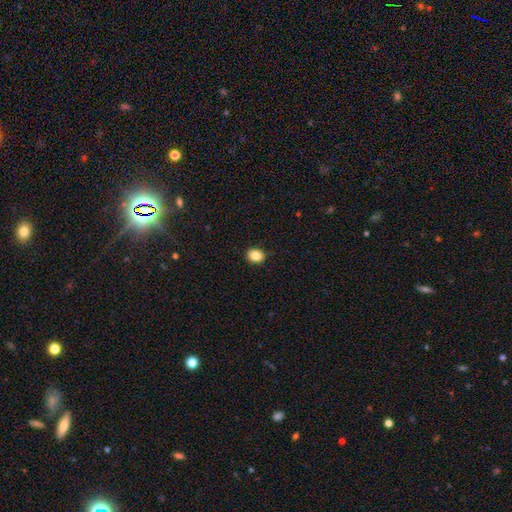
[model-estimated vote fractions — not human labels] Q: Smooth or featured?
A: smooth (85%); runner-up: star or artifact (10%)
Q: How rounded?
A: round (56%); runner-up: in between (44%)
Q: Merging?
A: none (89%); runner-up: minor disturbance (9%)